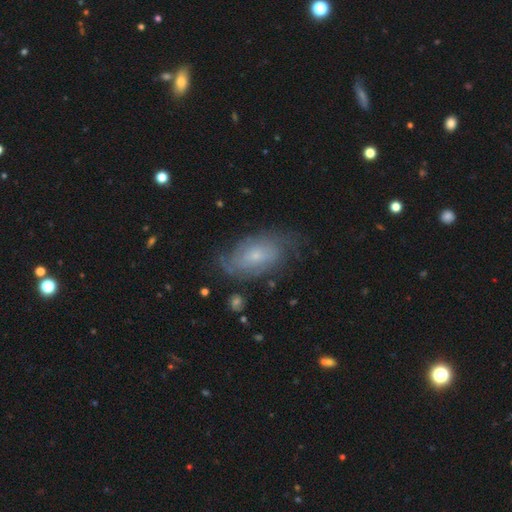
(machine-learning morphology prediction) This is likely a featured or disk galaxy (68%). It is clearly not viewed edge-on (94%). Bar: likely no (70%). Spiral arm pattern: clearly yes (87%). Spiral arm count: possibly can't tell (47%). Spiral winding: possibly tight (51%). Central bulge: likely small (75%). Merging: likely none (65%).